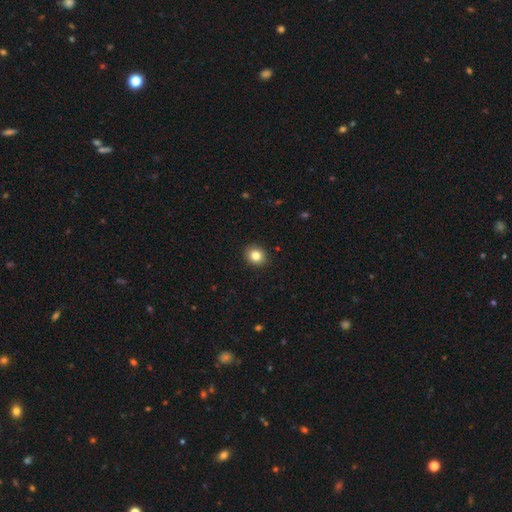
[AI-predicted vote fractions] smooth_or_featured: smooth (p=0.83) [alt: star or artifact p=0.10]
how_rounded: round (p=0.70) [alt: in between p=0.29]
merging: none (p=0.92) [alt: minor disturbance p=0.06]